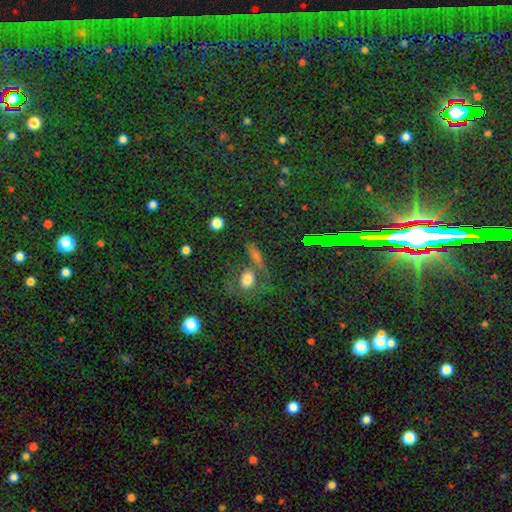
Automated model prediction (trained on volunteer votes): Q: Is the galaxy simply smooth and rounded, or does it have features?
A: smooth — 54%.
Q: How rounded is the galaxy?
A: in between — 42%.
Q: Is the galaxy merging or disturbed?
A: none — 65%.